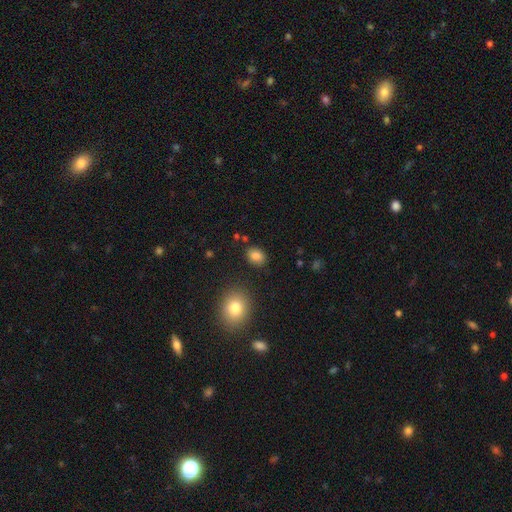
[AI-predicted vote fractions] smooth_or_featured: smooth (p=0.84) [alt: star or artifact p=0.10]
how_rounded: in between (p=0.64) [alt: round p=0.35]
merging: none (p=0.84) [alt: minor disturbance p=0.10]